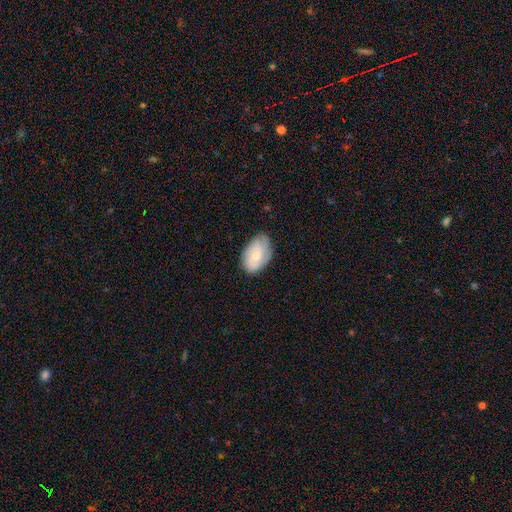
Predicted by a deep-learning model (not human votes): A smooth galaxy with no disk features (58%) that is in between round and cigar-shaped (90%). Merging: none (66%).